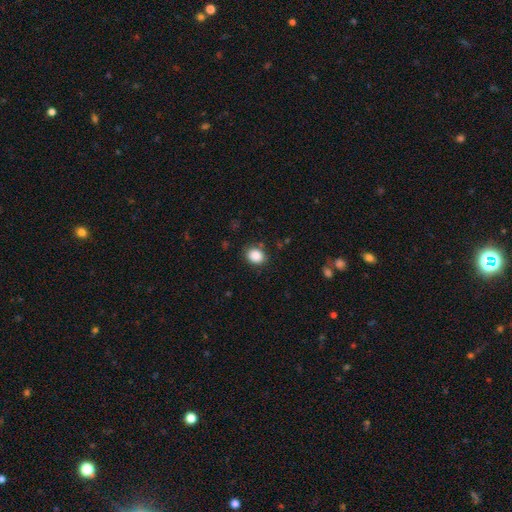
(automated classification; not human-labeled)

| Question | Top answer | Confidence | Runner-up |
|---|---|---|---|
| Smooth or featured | smooth | 88% | star or artifact (9%) |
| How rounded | round | 56% | in between (43%) |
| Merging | none | 83% | minor disturbance (12%) |